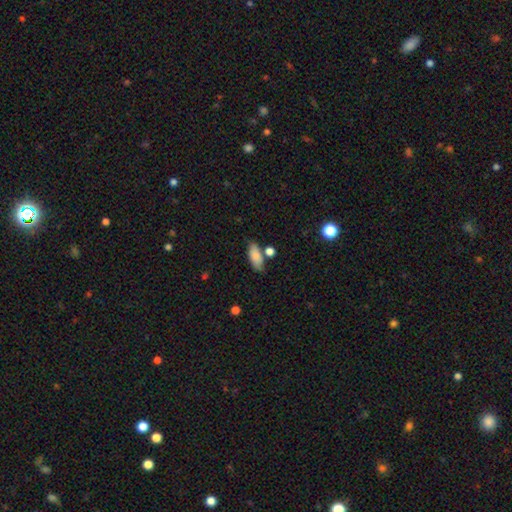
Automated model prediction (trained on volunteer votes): Q: Smooth or featured?
A: smooth (83%); runner-up: featured or disk (10%)
Q: How rounded?
A: in between (82%); runner-up: cigar-shaped (15%)
Q: Merging?
A: none (69%); runner-up: minor disturbance (15%)